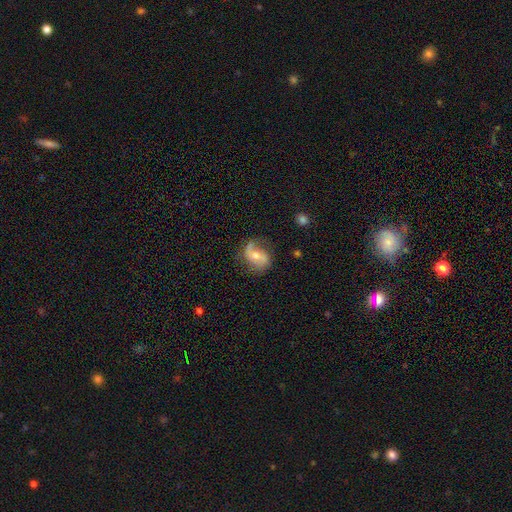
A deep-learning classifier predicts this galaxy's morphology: Smooth or featured? Predicted: featured or disk (p=0.68). Edge-on disk? Predicted: no (p=0.97). Bar? Predicted: no (p=0.50). Spiral arms? Predicted: yes (p=0.88). Spiral winding? Predicted: loose (p=0.44). Spiral arm count? Predicted: 2 (p=0.69). Bulge size? Predicted: moderate (p=0.63). Merging? Predicted: none (p=0.61).